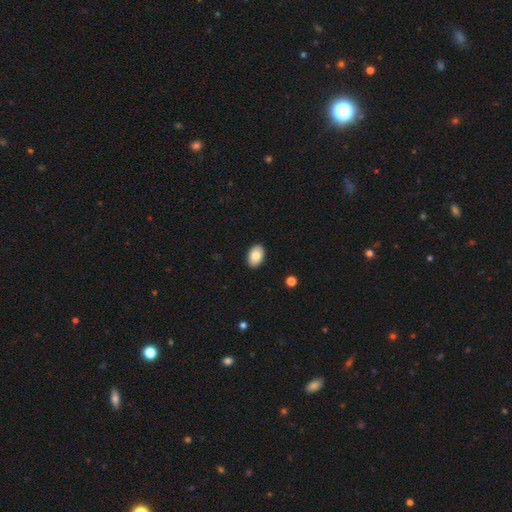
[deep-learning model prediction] Smooth or featured? smooth (82%)
How rounded? in between (89%)
Merging? none (90%)